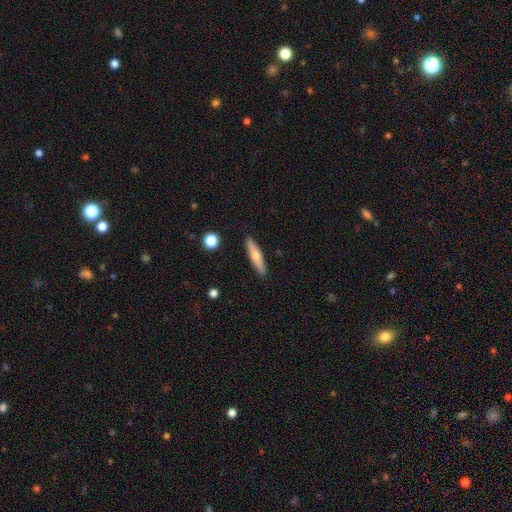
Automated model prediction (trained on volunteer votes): A smooth galaxy with no disk features (60%) that is cigar-shaped (82%). Merging: none (89%).